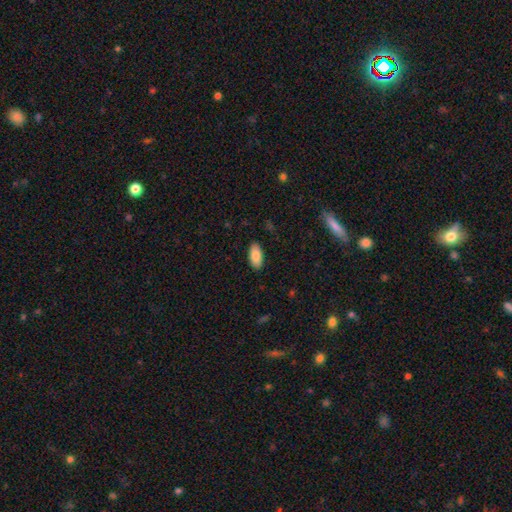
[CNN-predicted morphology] A smooth galaxy with no disk features (85%) that is in between round and cigar-shaped (93%). Merging: none (89%).